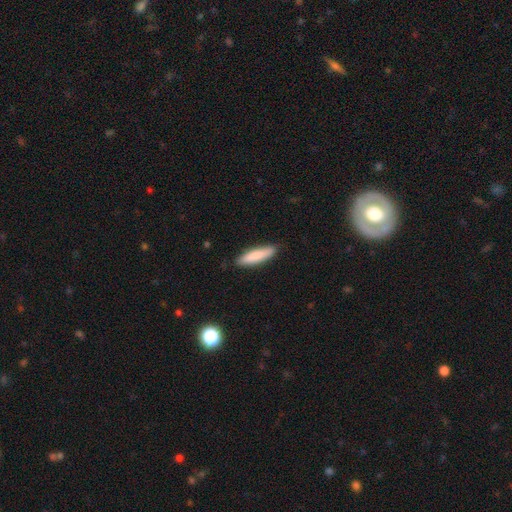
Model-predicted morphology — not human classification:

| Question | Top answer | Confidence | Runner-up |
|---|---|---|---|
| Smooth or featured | smooth | 85% | featured or disk (10%) |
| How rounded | cigar-shaped | 72% | in between (27%) |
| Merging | none | 86% | minor disturbance (11%) |